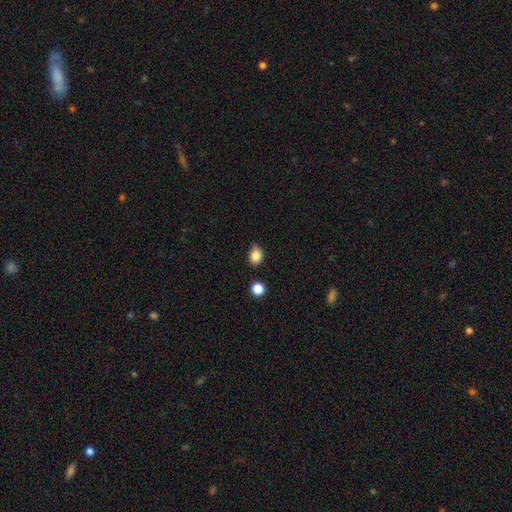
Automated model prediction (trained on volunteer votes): The model was most divided on "how rounded": in between: 53%, round: 46%, cigar-shaped: 1%. More confident: smooth or featured — smooth (86%); merging — none (62%).